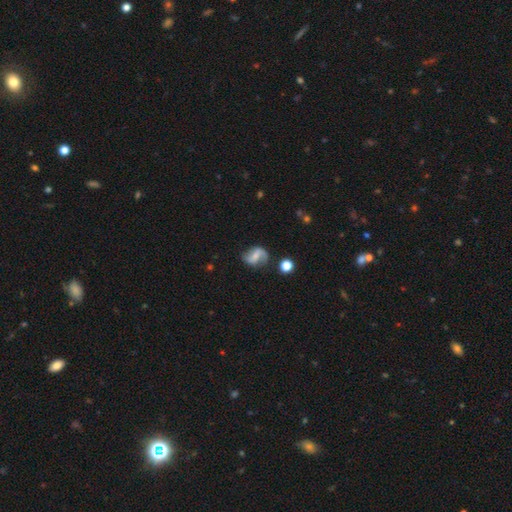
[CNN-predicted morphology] Smooth or featured: featured or disk — 68% (smooth — 23%)
Edge-on disk: no — 97% (yes — 3%)
Bar: weak — 41% (strong — 33%)
Spiral arms: yes — 90% (no — 10%)
Spiral winding: loose — 62% (medium — 28%)
Spiral arm count: 2 — 86% (1 — 6%)
Bulge size: small — 47% (none — 25%)
Merging: none — 67% (minor disturbance — 20%)